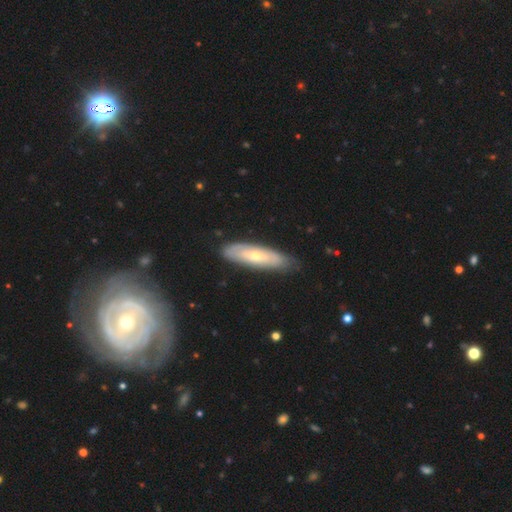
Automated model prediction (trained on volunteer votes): Smooth or featured?
  - featured or disk: 51% *
  - smooth: 43%
  - star or artifact: 6%
Edge-on disk?
  - no: 63% *
  - yes: 37%
Merging?
  - none: 80% *
  - minor disturbance: 15%
  - major disturbance: 3%
  - merger: 1%